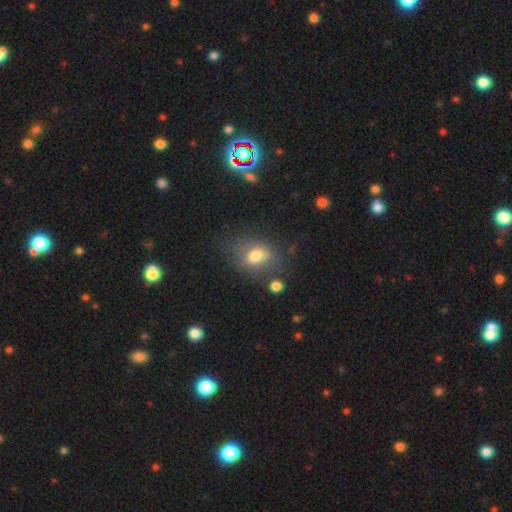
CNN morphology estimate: This appears to be a smooth galaxy with no disk features (69%) that is in between round and cigar-shaped (69%). Merging: none (54%).